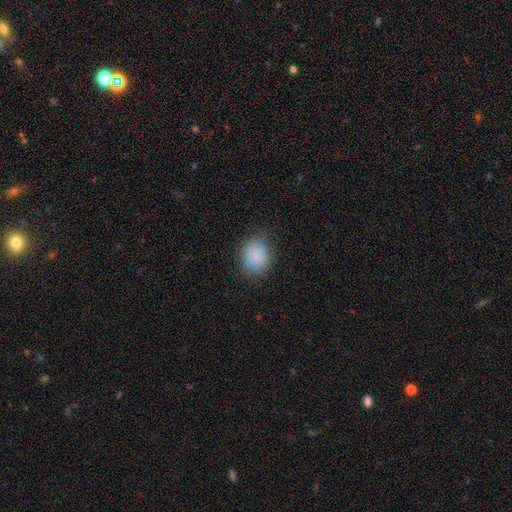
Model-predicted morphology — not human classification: A smooth galaxy with no disk features (86%) that is round (58%). Merging: none (77%).